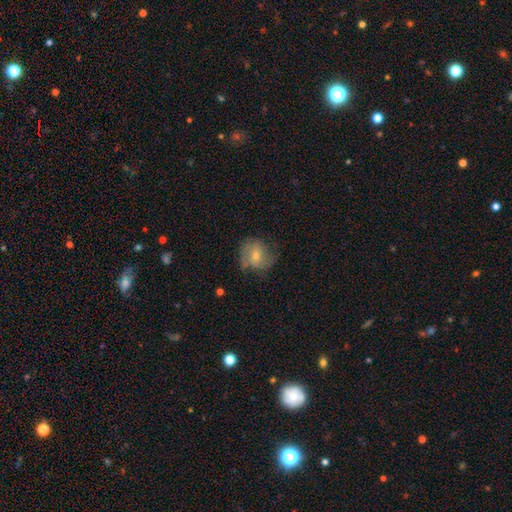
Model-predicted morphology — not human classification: smooth-or-featured: featured or disk: 54% | smooth: 34% | star or artifact: 12%
  disk-edge-on: no: 96% | yes: 4%
    bar: no: 54% | weak: 36% | strong: 10%
    has-spiral-arms: yes: 79% | no: 21%
    bulge-size: small: 51% | moderate: 43% | large: 2% | none: 2% | dominant: 1%
  merging: none: 66% | minor disturbance: 22% | major disturbance: 10% | merger: 2%